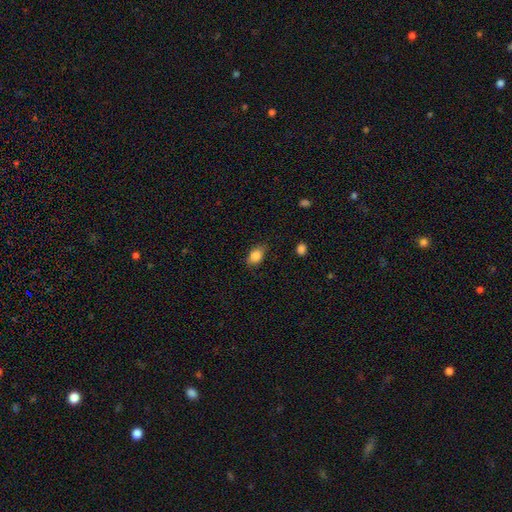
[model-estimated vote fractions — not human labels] Smooth or featured?
  - smooth: 85% *
  - star or artifact: 9%
  - featured or disk: 6%
How rounded?
  - in between: 79% *
  - round: 19%
  - cigar-shaped: 2%
Merging?
  - none: 73% *
  - minor disturbance: 21%
  - major disturbance: 4%
  - merger: 1%